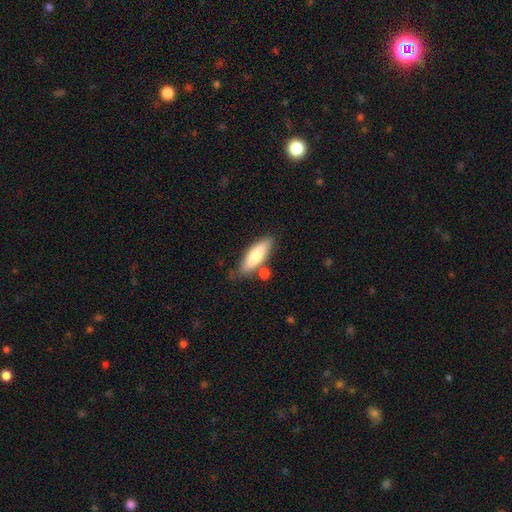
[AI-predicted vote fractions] smooth_or_featured: smooth (p=0.75) [alt: featured or disk p=0.19]
how_rounded: in between (p=0.55) [alt: cigar-shaped p=0.43]
merging: none (p=0.72) [alt: minor disturbance p=0.16]